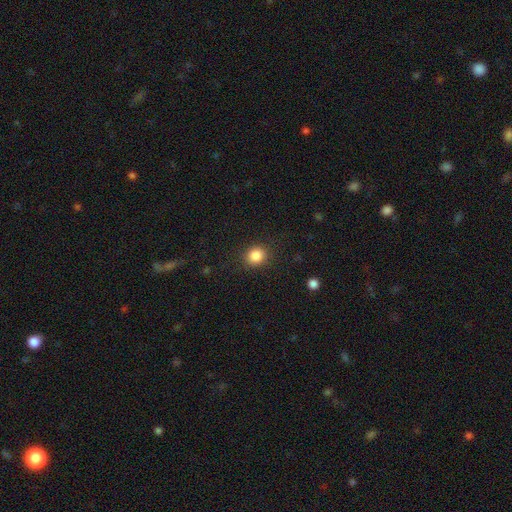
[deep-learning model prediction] Overall: smooth (86%). How rounded: round (81%). Merging: none (88%).